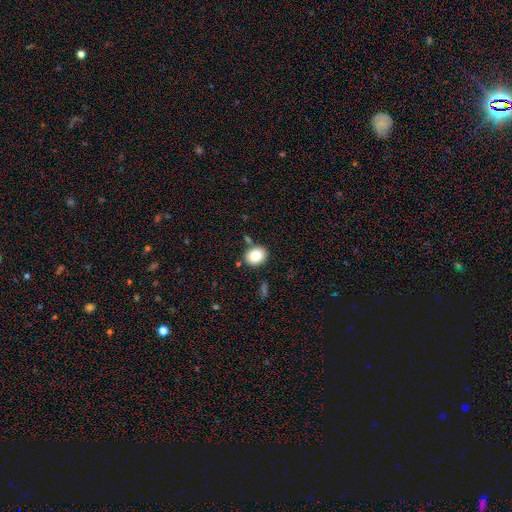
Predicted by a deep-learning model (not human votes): The model was most divided on "how rounded": round: 59%, in between: 40%, cigar-shaped: 1%. More confident: smooth or featured — smooth (82%); merging — none (81%).